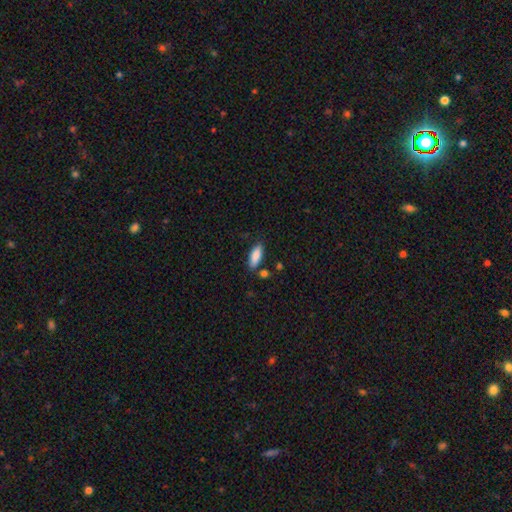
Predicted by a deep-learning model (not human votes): Morphology: type=smooth (87%); roundness=in between (70%); merging=none (79%).